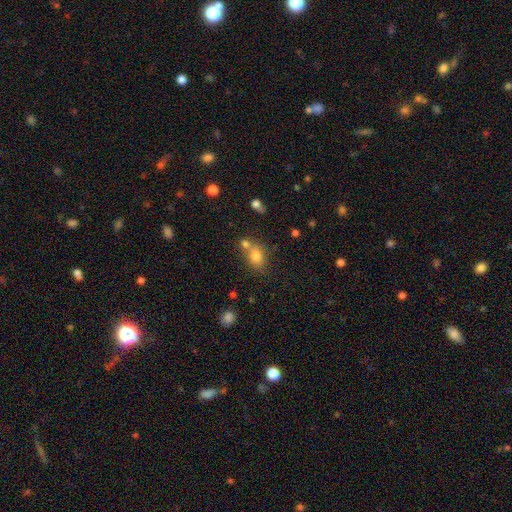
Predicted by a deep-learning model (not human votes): Morphology: type=smooth (78%); roundness=in between (64%); merging=none (48%).